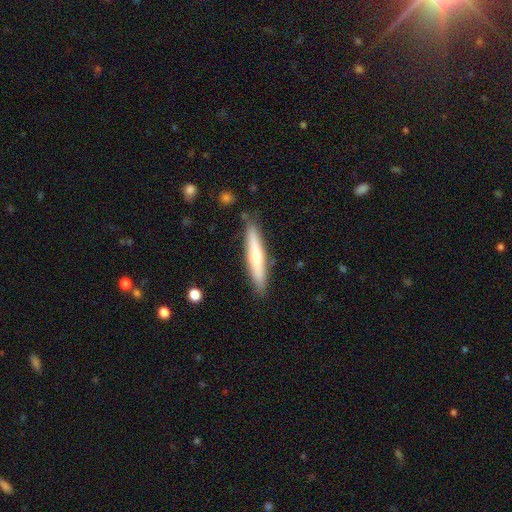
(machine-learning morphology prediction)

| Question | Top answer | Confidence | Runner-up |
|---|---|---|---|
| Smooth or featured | smooth | 51% | featured or disk (43%) |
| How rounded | cigar-shaped | 91% | in between (8%) |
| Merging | none | 88% | minor disturbance (9%) |